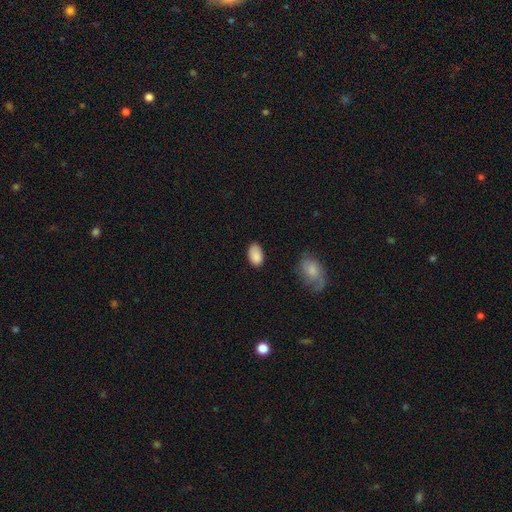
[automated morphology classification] Smooth or featured: smooth — 88% (star or artifact — 7%)
How rounded: in between — 92% (round — 6%)
Merging: none — 76% (minor disturbance — 18%)